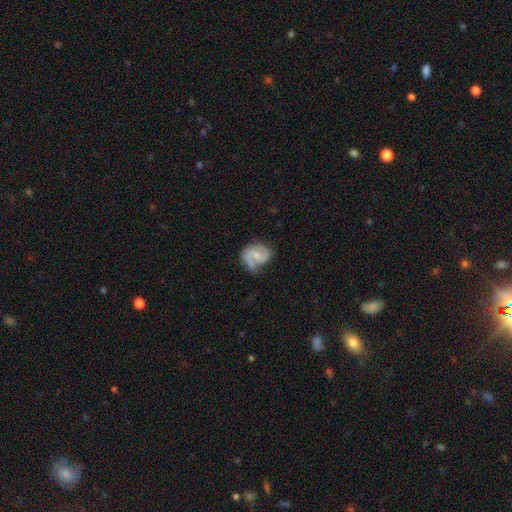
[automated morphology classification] Smooth or featured? Predicted: featured or disk (p=0.72). Edge-on disk? Predicted: no (p=0.98). Bar? Predicted: weak (p=0.47). Spiral arms? Predicted: yes (p=0.93). Spiral winding? Predicted: medium (p=0.47). Spiral arm count? Predicted: 2 (p=0.73). Bulge size? Predicted: small (p=0.50). Merging? Predicted: none (p=0.53).